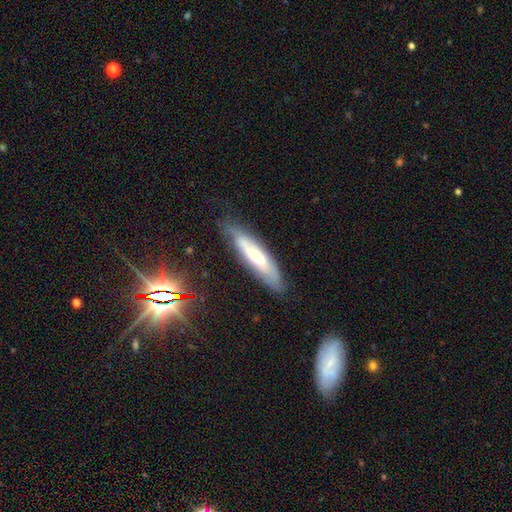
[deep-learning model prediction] Morphology: type=smooth (46%, tied with featured or disk); merging=none (71%).